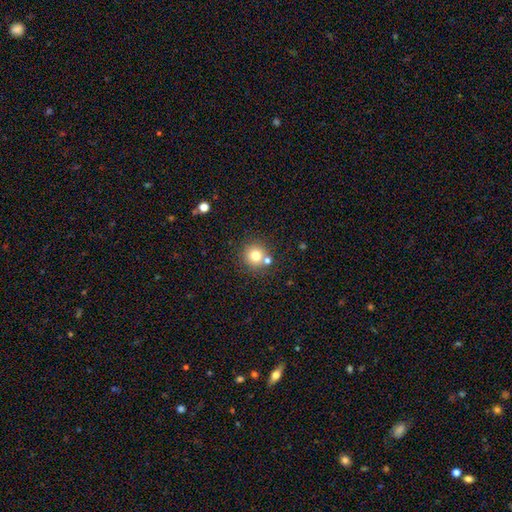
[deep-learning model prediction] Q: Smooth or featured?
A: smooth (77%); runner-up: star or artifact (13%)
Q: How rounded?
A: round (94%); runner-up: in between (6%)
Q: Merging?
A: none (74%); runner-up: merger (16%)